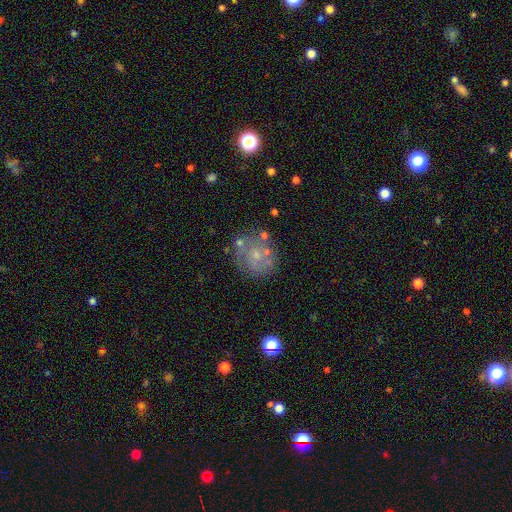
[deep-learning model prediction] This appears to be a featured or disk galaxy (53%) with no bar (81%), spiral arms (53%) and a small central bulge (66%). Merging: none (64%).